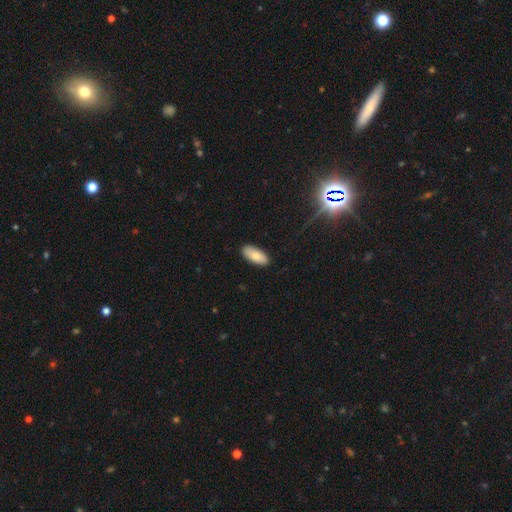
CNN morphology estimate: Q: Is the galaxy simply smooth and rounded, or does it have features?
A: smooth — 82%.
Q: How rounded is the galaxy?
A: in between — 87%.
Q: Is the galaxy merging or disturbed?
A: none — 89%.